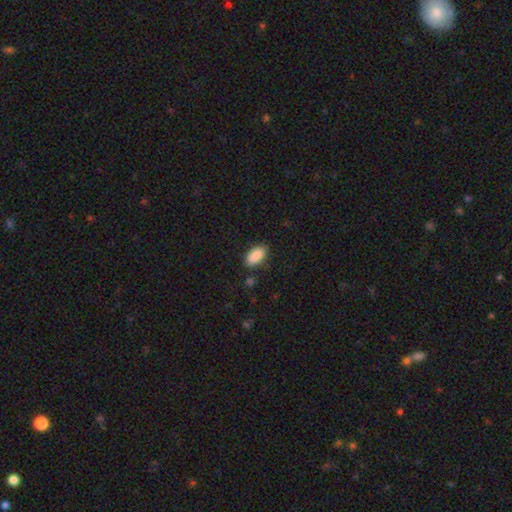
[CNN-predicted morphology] Overall: smooth (89%). How rounded: in between (92%). Merging: none (85%).